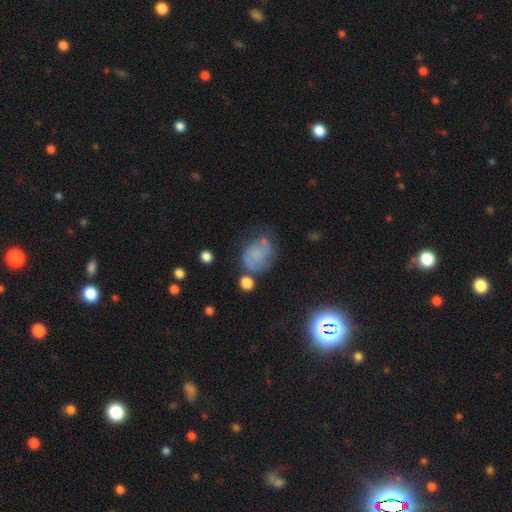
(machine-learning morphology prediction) Smooth or featured? Predicted: smooth (p=0.53). How rounded? Predicted: in between (p=0.55). Merging? Predicted: none (p=0.42).